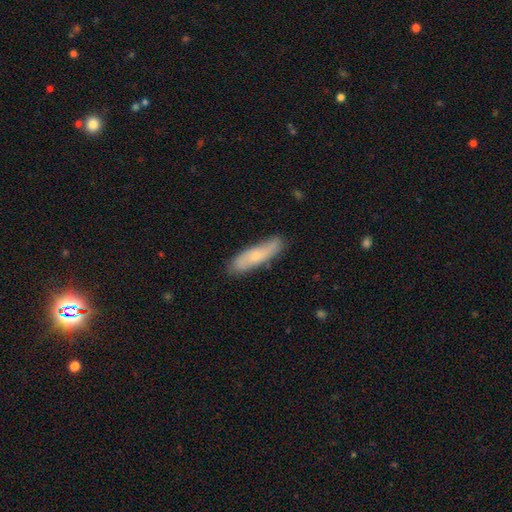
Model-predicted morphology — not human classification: smooth-or-featured: smooth: 61% | featured or disk: 33% | star or artifact: 6%
  how-rounded: cigar-shaped: 68% | in between: 30% | round: 2%
  merging: none: 81% | minor disturbance: 15% | major disturbance: 3% | merger: 2%